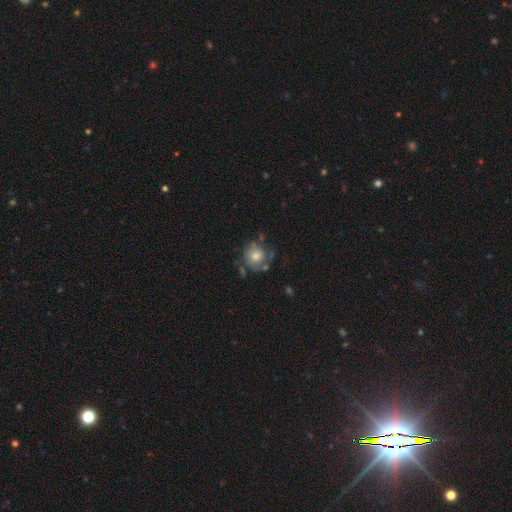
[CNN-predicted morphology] Smooth or featured? smooth (50%)
Merging? none (52%)